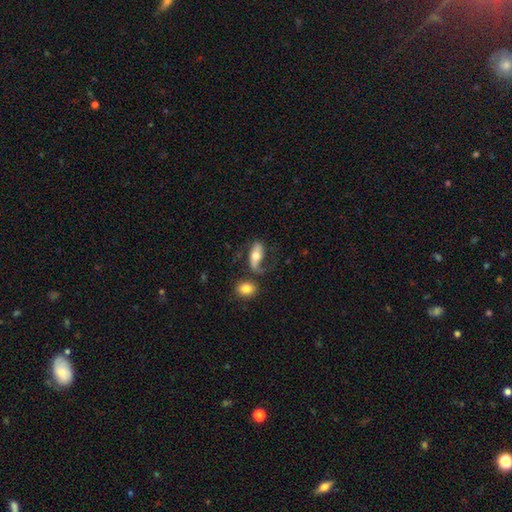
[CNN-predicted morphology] This is possibly a smooth galaxy (49%). Merging: marginally none (43%).